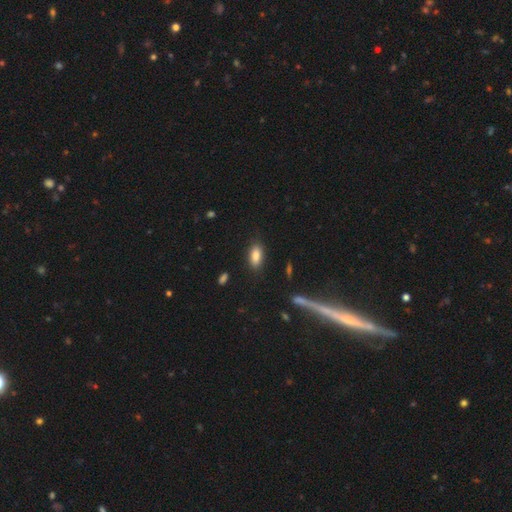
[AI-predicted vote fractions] smooth 85%, star or artifact 8%, featured or disk 7%. Down the decision tree: how rounded — in between (87%); merging — none (85%).